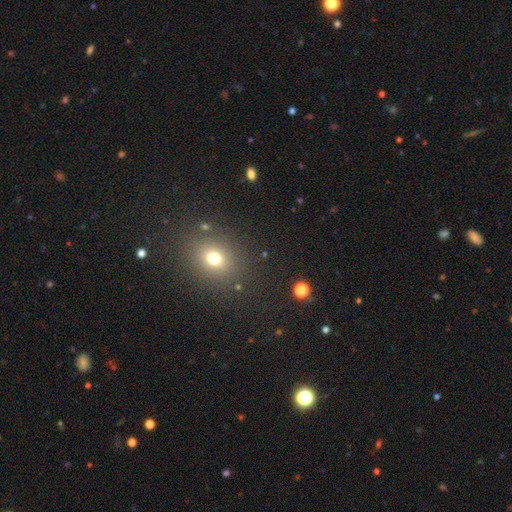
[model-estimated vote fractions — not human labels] smooth_or_featured: smooth (p=0.57) [alt: star or artifact p=0.35]
how_rounded: round (p=0.63) [alt: in between p=0.36]
merging: none (p=0.89) [alt: minor disturbance p=0.07]